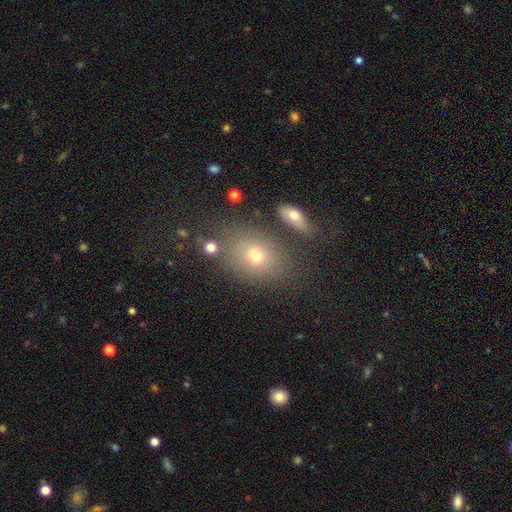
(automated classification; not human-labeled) Smooth or featured? smooth (67%)
How rounded? in between (65%)
Merging? none (69%)